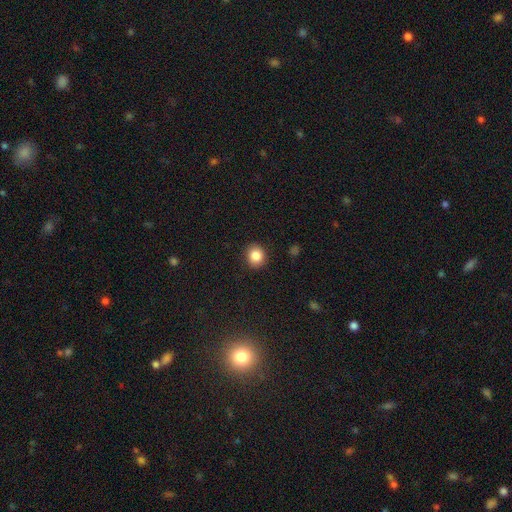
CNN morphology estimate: smooth 86%, star or artifact 9%, featured or disk 5%. Down the decision tree: how rounded — round (80%); merging — none (90%).